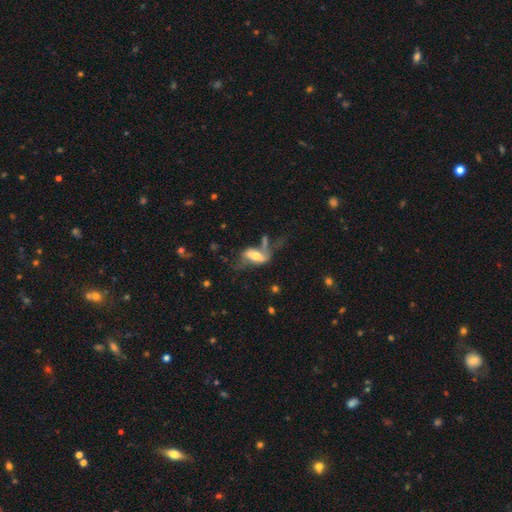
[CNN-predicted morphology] This is possibly a featured or disk galaxy (50%). It is likely not viewed edge-on (77%). Merging: marginally major disturbance (33%).